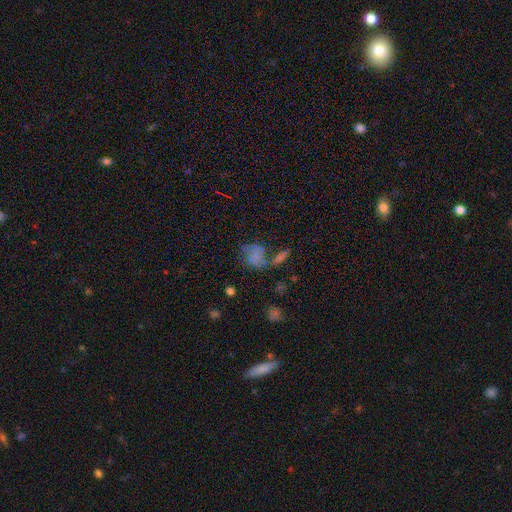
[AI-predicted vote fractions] This appears to be a smooth galaxy with no disk features (52%) that is in between round and cigar-shaped (53%). Merging: none (36%).